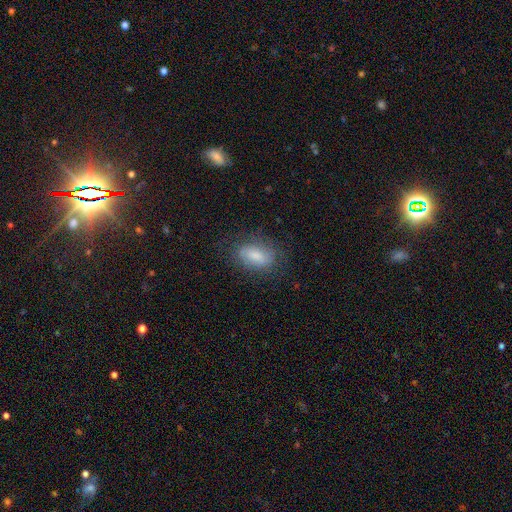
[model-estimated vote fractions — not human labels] A smooth galaxy with no disk features (64%) that is in between round and cigar-shaped (88%). Merging: none (71%).